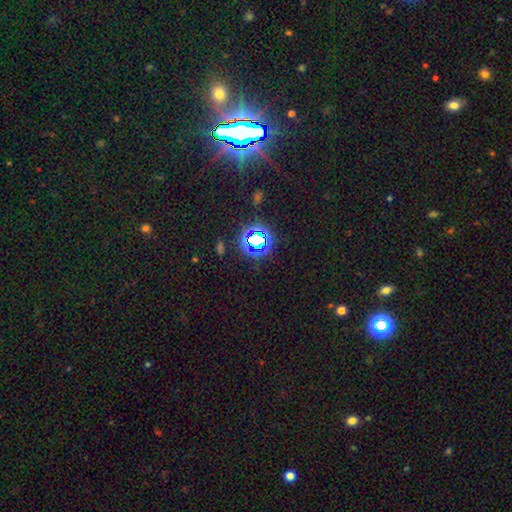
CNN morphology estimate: A star or artifact, not a galaxy (81%).

Vote fractions:
- Smooth or featured? star or artifact: 81% / smooth: 12% / featured or disk: 6%